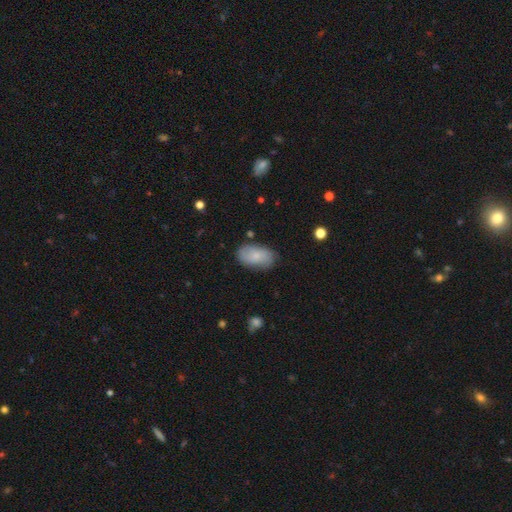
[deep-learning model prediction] A smooth galaxy with no disk features (67%) that is in between round and cigar-shaped (93%). Merging: none (75%).